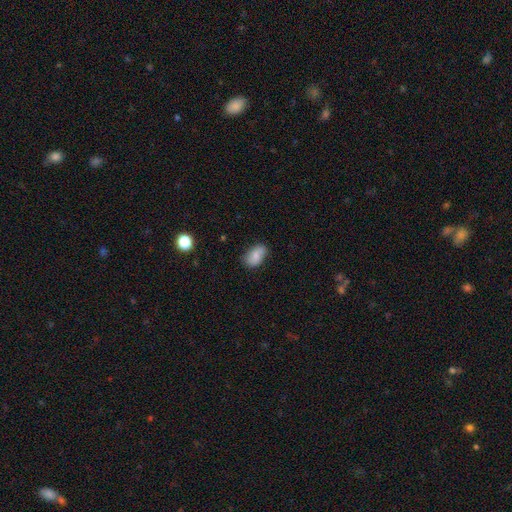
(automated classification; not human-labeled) smooth-or-featured: smooth: 77% | featured or disk: 15% | star or artifact: 8%
  how-rounded: in between: 89% | round: 9% | cigar-shaped: 2%
  merging: none: 72% | minor disturbance: 22% | major disturbance: 4% | merger: 2%